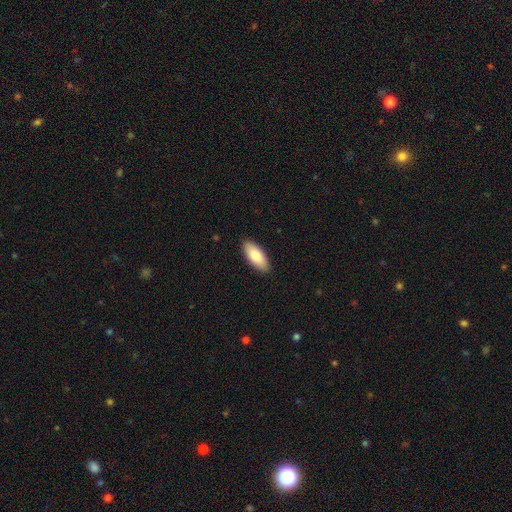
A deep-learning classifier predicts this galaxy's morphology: A smooth galaxy with no disk features (83%) that is in between round and cigar-shaped (84%).

Vote fractions:
- Smooth or featured? smooth: 83% / featured or disk: 11% / star or artifact: 5%
- How rounded? in between: 84% / cigar-shaped: 14% / round: 2%
- Merging? none: 90% / minor disturbance: 8% / major disturbance: 2% / merger: 1%